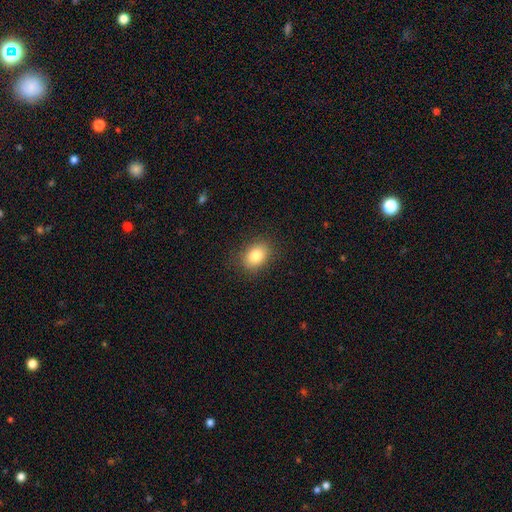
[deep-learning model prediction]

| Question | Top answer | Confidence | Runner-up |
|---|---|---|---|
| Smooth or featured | smooth | 83% | star or artifact (9%) |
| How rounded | in between | 69% | round (30%) |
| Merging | none | 86% | minor disturbance (10%) |